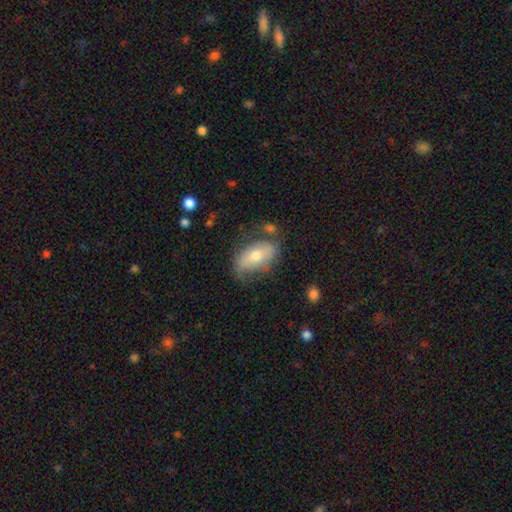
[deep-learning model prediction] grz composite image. It shows a smooth galaxy with no disk features (59%) that is in between round and cigar-shaped (91%). Merging: none (58%).